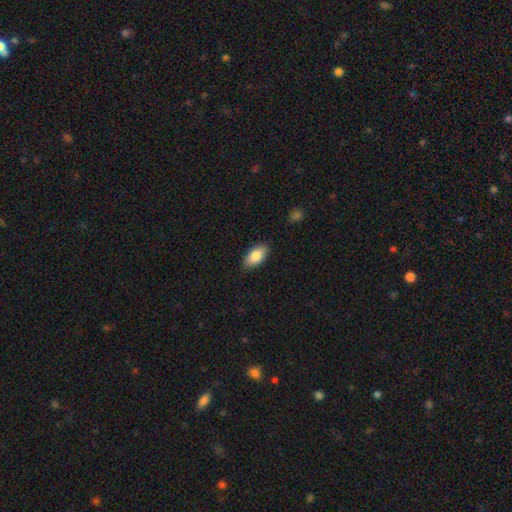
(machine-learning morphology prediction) This appears to be a smooth galaxy with no disk features (85%) that is in between round and cigar-shaped (93%). Merging: none (88%).